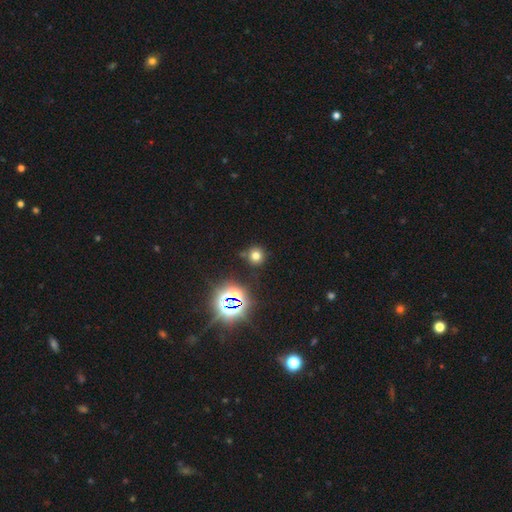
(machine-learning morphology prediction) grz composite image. It shows a smooth galaxy with no disk features (67%) that is round (92%). Merging: none (78%).